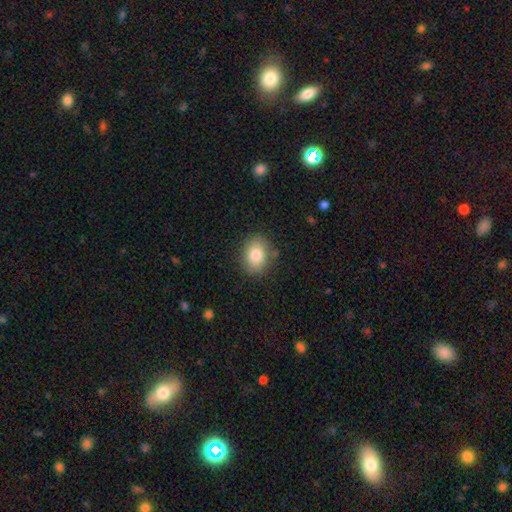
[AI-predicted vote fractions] Smooth or featured? Predicted: smooth (p=0.83). How rounded? Predicted: in between (p=0.57). Merging? Predicted: none (p=0.84).